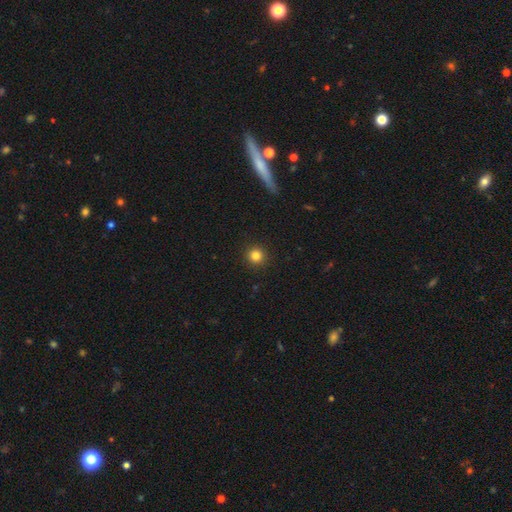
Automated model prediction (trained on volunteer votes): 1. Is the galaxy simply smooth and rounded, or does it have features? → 83% smooth, 12% star or artifact, 5% featured or disk.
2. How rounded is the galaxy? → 95% round, 4% in between, 1% cigar-shaped.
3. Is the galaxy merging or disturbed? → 93% none, 5% minor disturbance, 2% major disturbance, 1% merger.